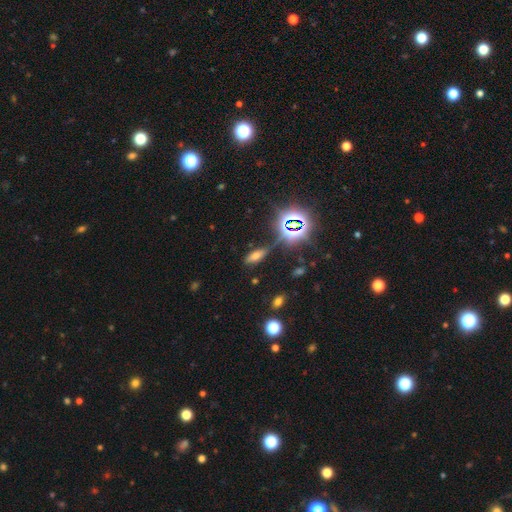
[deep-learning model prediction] smooth_or_featured: smooth (p=0.55) [alt: star or artifact p=0.32]
how_rounded: in between (p=0.66) [alt: cigar-shaped p=0.29]
merging: none (p=0.74) [alt: minor disturbance p=0.15]